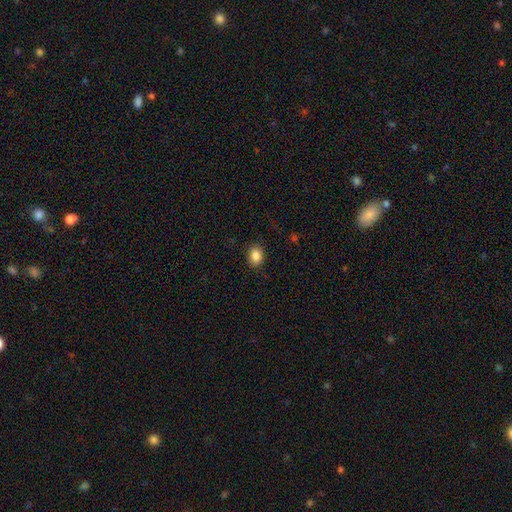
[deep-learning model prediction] Overall: smooth (86%). How rounded: in between (60%; round 39%). Merging: none (87%).